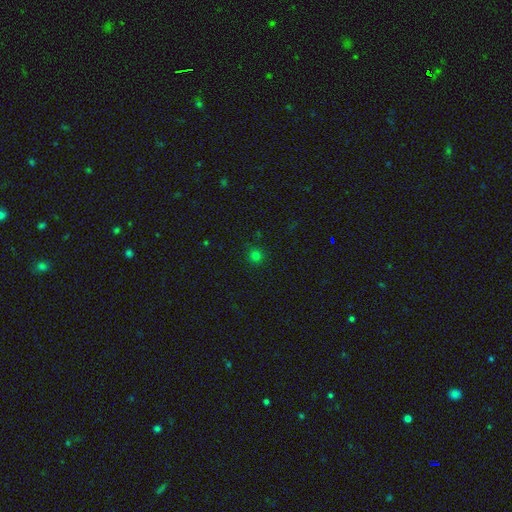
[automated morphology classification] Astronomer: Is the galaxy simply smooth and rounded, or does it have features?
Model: smooth — 75%.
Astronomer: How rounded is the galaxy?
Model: round — 93%.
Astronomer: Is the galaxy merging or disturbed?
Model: none — 88%.